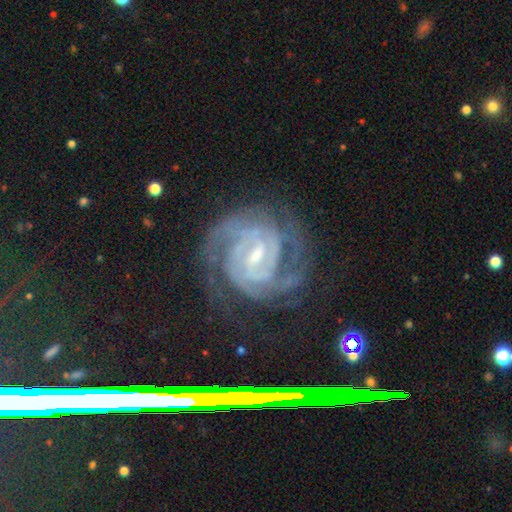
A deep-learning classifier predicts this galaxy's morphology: Smooth or featured: featured or disk — 91% (star or artifact — 5%)
Edge-on disk: no — 98% (yes — 2%)
Bar: weak — 51% (strong — 37%)
Spiral arms: yes — 98% (no — 2%)
Spiral winding: tight — 68% (medium — 28%)
Spiral arm count: 2 — 54% (3 — 17%)
Bulge size: small — 57% (moderate — 34%)
Merging: none — 73% (minor disturbance — 16%)